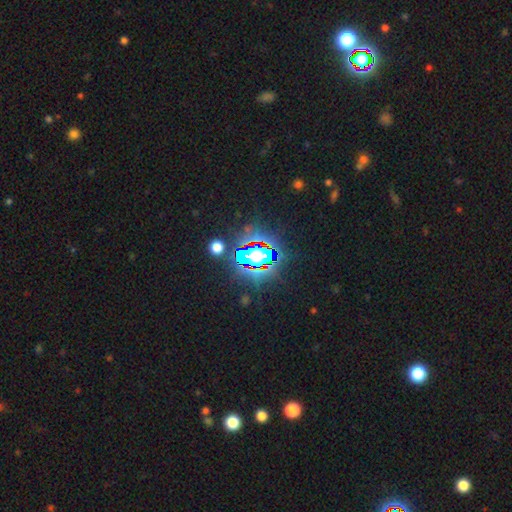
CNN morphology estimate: Smooth or featured?
  - star or artifact: 71% *
  - smooth: 16%
  - featured or disk: 13%